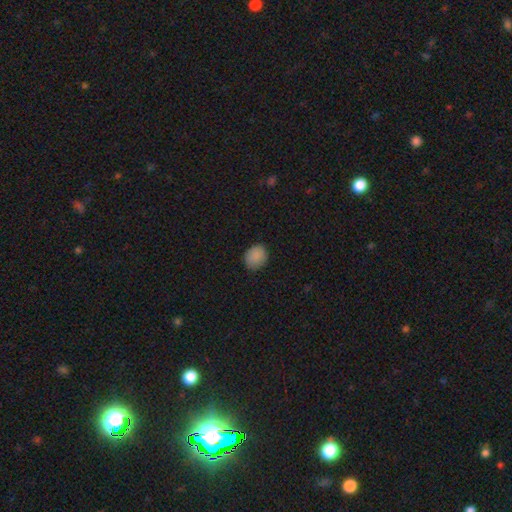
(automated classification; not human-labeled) Overall: smooth (87%). How rounded: round (65%; in between 34%). Merging: none (85%).